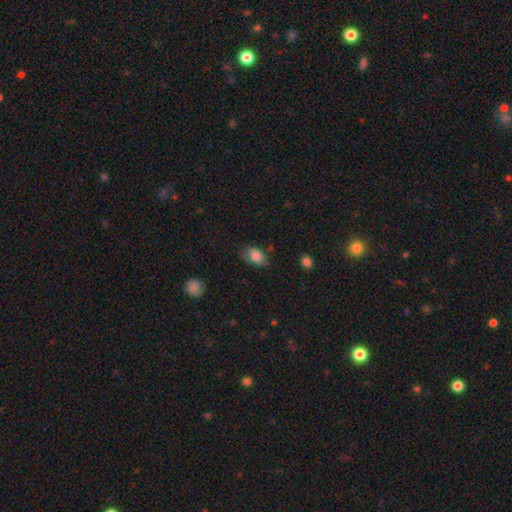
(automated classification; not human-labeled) Smooth or featured: smooth — 83% (featured or disk — 9%)
How rounded: in between — 86% (round — 12%)
Merging: none — 66% (minor disturbance — 26%)